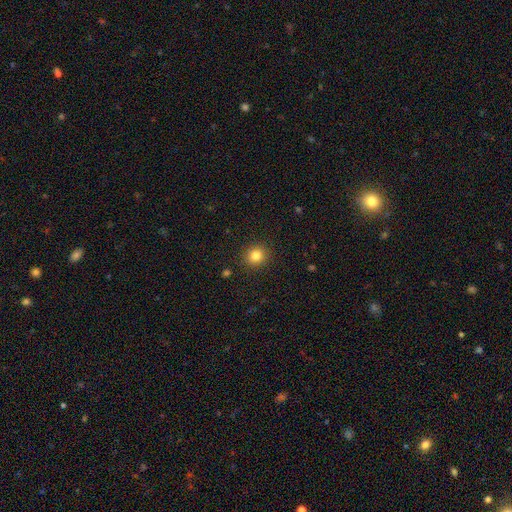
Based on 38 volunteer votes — A smooth galaxy with no disk features (82%) that is round (90%).

Vote fractions:
- Smooth or featured? smooth: 82% / featured or disk: 11% / star or artifact: 8%
- How rounded? round: 90% / in between: 10% / cigar-shaped: 0%
- Merging? none: 97% / major disturbance: 3% / minor disturbance: 0% / merger: 0%